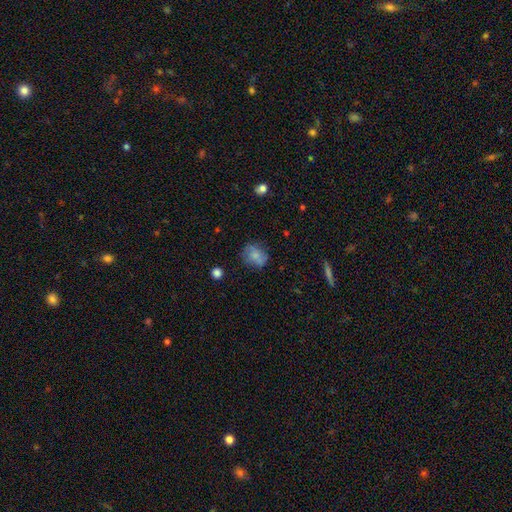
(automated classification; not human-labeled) Smooth or featured: smooth — 71% (featured or disk — 19%)
How rounded: round — 56% (in between — 42%)
Merging: none — 66% (minor disturbance — 23%)